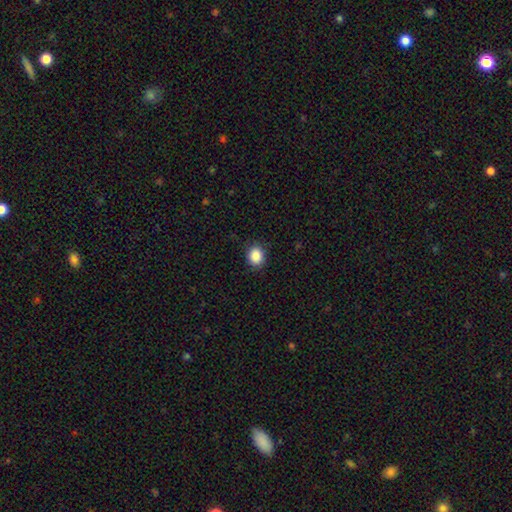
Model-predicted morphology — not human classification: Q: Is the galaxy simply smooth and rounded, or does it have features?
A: smooth — 88%.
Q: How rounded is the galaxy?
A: round — 71%.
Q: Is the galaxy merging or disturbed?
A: none — 88%.